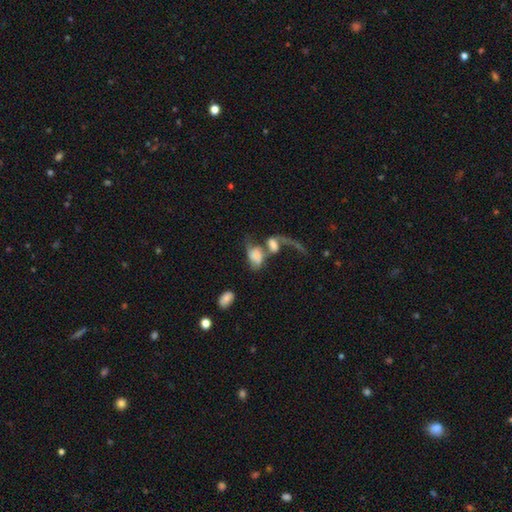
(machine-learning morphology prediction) Smooth or featured? smooth (54%)
How rounded? in between (83%)
Merging? merger (64%)